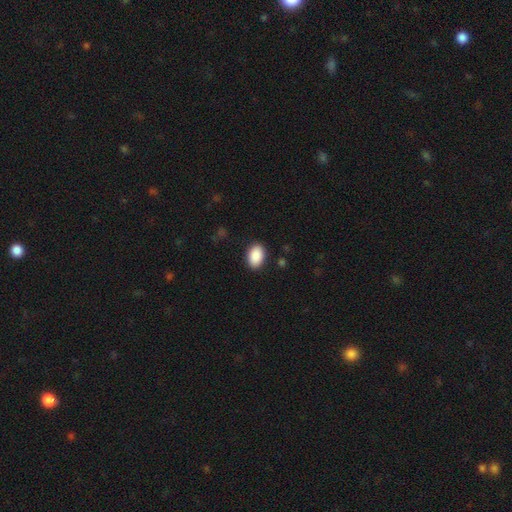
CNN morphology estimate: smooth_or_featured: smooth (p=0.90) [alt: star or artifact p=0.07]
how_rounded: in between (p=0.90) [alt: round p=0.09]
merging: none (p=0.88) [alt: minor disturbance p=0.08]